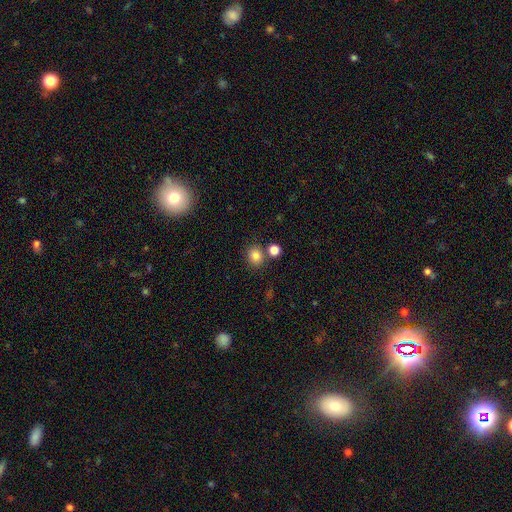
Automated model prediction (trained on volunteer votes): smooth-or-featured: smooth: 82% | star or artifact: 12% | featured or disk: 6%
  how-rounded: round: 72% | in between: 27% | cigar-shaped: 1%
  merging: none: 74% | merger: 14% | minor disturbance: 9% | major disturbance: 3%